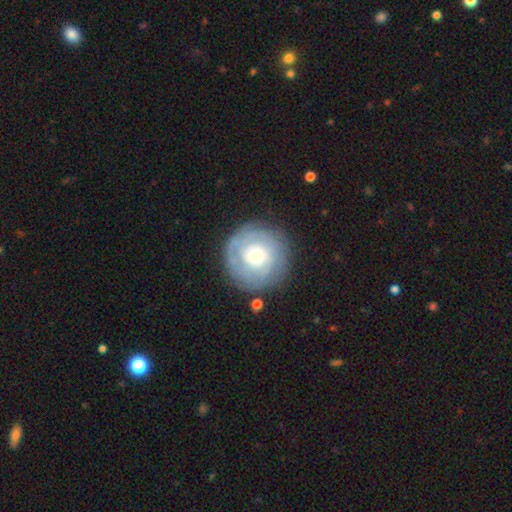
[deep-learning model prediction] Q: Smooth or featured?
A: featured or disk (65%); runner-up: smooth (28%)
Q: Edge-on disk?
A: no (98%); runner-up: yes (2%)
Q: Bar?
A: no (82%); runner-up: weak (14%)
Q: Spiral arms?
A: yes (76%); runner-up: no (24%)
Q: Bulge size?
A: small (53%); runner-up: moderate (38%)
Q: Merging?
A: none (81%); runner-up: minor disturbance (11%)